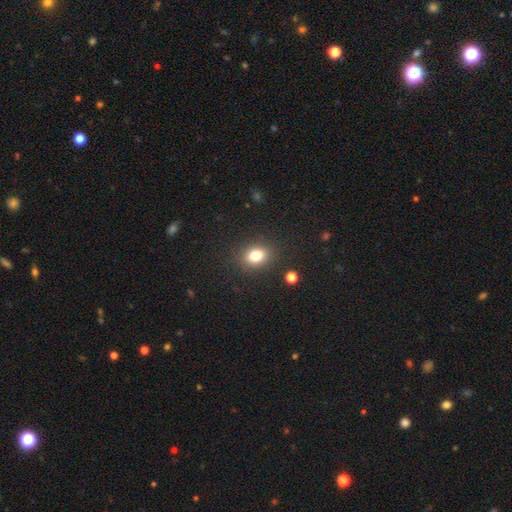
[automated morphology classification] This appears to be a smooth galaxy with no disk features (80%) that is in between round and cigar-shaped (53%). Merging: none (87%).